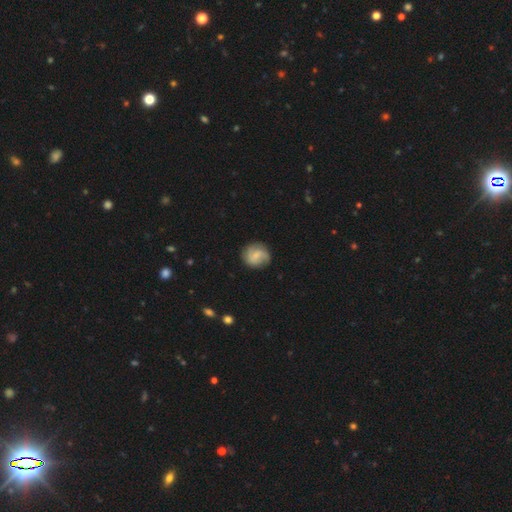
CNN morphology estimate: A featured or disk galaxy (50%). Merging: none (80%).